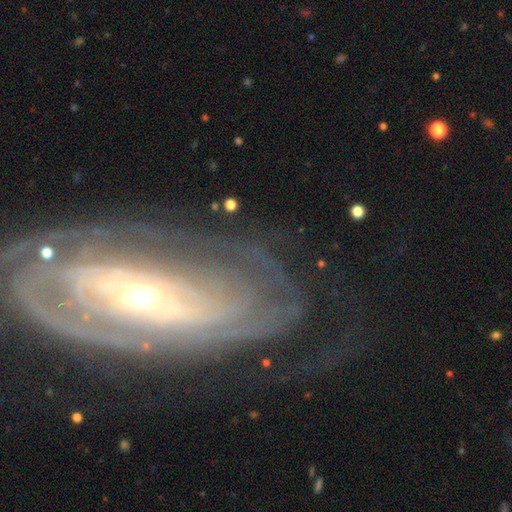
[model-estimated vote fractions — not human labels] Smooth or featured?
  - featured or disk: 85% *
  - smooth: 9%
  - star or artifact: 6%
Edge-on disk?
  - no: 89% *
  - yes: 11%
Bar?
  - no: 62% *
  - weak: 22%
  - strong: 16%
Spiral arms?
  - yes: 86% *
  - no: 14%
Spiral winding?
  - tight: 72% *
  - medium: 20%
  - loose: 8%
Spiral arm count?
  - can't tell: 48% *
  - 2: 20%
  - 3: 10%
  - more than 4: 8%
  - 4: 8%
  - 1: 7%
Bulge size?
  - small: 56% *
  - moderate: 38%
  - large: 3%
  - dominant: 1%
  - none: 1%
Merging?
  - none: 69% *
  - minor disturbance: 16%
  - major disturbance: 12%
  - merger: 2%